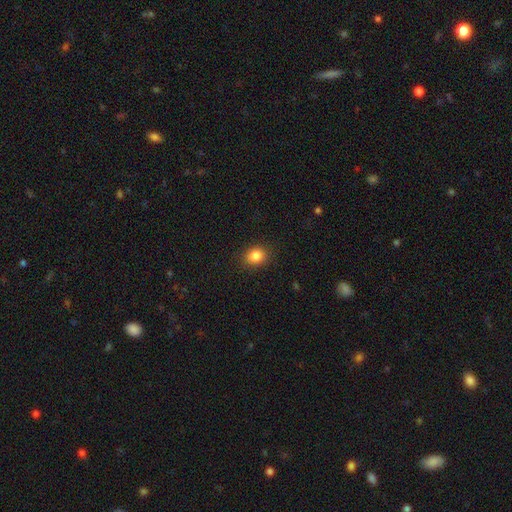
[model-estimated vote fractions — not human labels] Overall: smooth (84%). How rounded: round (59%; in between 40%). Merging: none (88%).